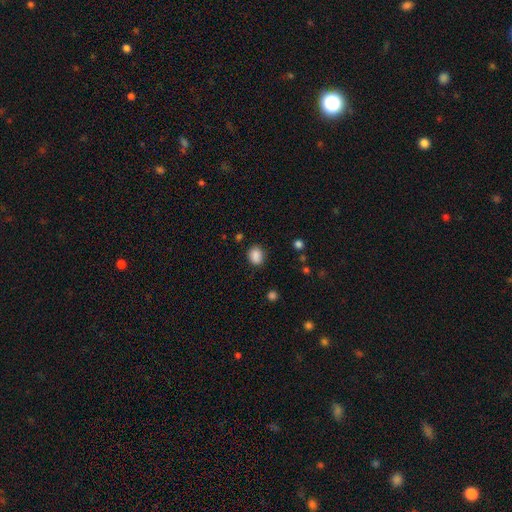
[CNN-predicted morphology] This is clearly a smooth galaxy (87%). How rounded: possibly in between (52%). Merging: clearly none (81%).